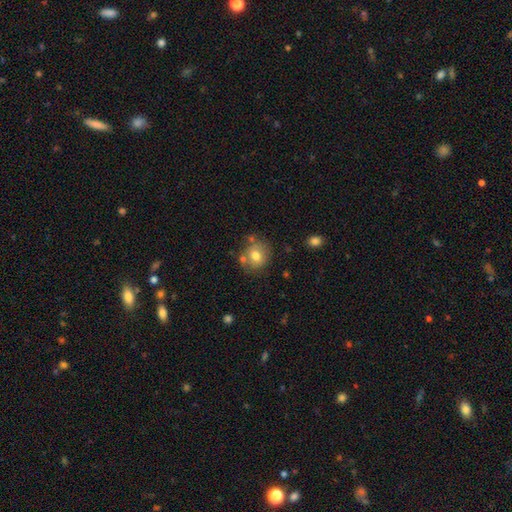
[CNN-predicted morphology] Smooth or featured?
  - smooth: 73% *
  - featured or disk: 17%
  - star or artifact: 10%
How rounded?
  - round: 76% *
  - in between: 23%
  - cigar-shaped: 1%
Merging?
  - none: 67% *
  - minor disturbance: 16%
  - merger: 12%
  - major disturbance: 5%